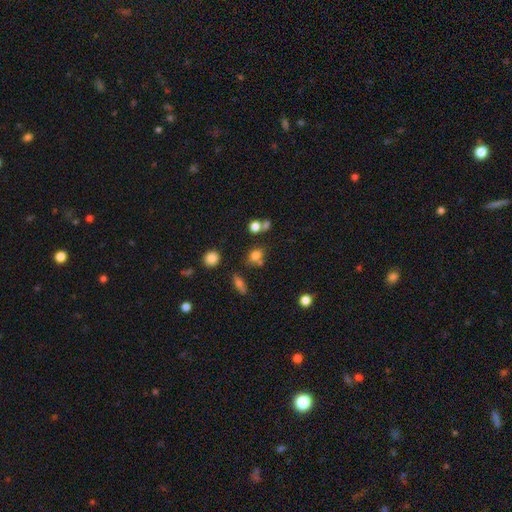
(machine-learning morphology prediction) This appears to be a smooth galaxy with no disk features (75%) that is in between round and cigar-shaped (52%). Merging: none (61%).